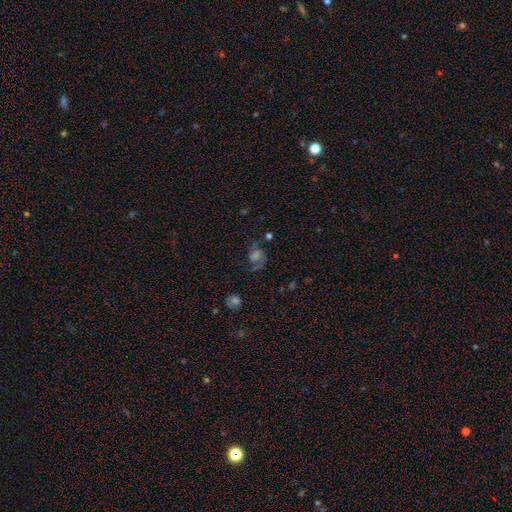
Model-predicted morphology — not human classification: A featured or disk galaxy (63%) with no bar (54%), 2 (81%) medium (51%) spiral arms (90%) and a moderate central bulge (29%).

Vote fractions:
- Smooth or featured? featured or disk: 63% / star or artifact: 19% / smooth: 18%
- Edge-on disk? no: 97% / yes: 3%
- Bar? no: 54% / weak: 36% / strong: 10%
- Spiral arms? yes: 90% / no: 10%
- Spiral winding? medium: 51% / loose: 30% / tight: 19%
- Spiral arm count? 2: 81% / 1: 10% / can't tell: 5% / 3: 1% / 4: 1% / more than 4: 1%
- Bulge size? moderate: 29% / none: 24% / small: 22% / large: 20% / dominant: 4%
- Merging? none: 63% / minor disturbance: 17% / major disturbance: 16% / merger: 4%